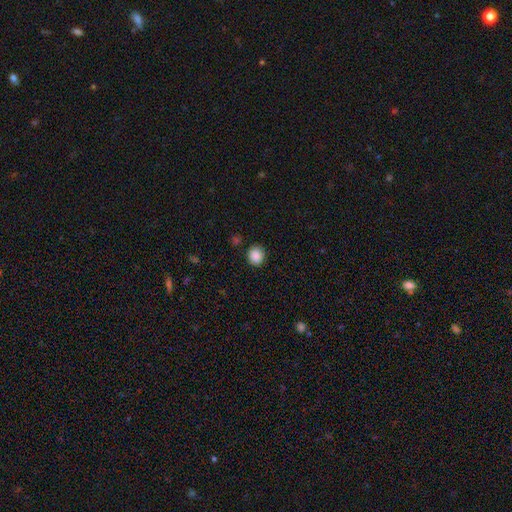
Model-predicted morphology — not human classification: Smooth or featured? Predicted: smooth (p=0.88). How rounded? Predicted: round (p=0.87). Merging? Predicted: none (p=0.89).